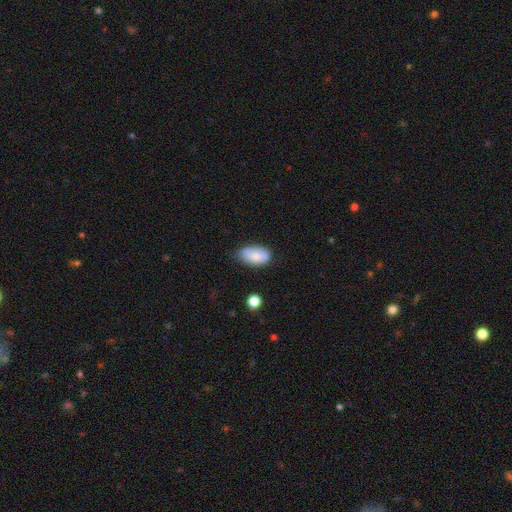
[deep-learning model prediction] smooth-or-featured: smooth: 77% | featured or disk: 16% | star or artifact: 7%
  how-rounded: in between: 93% | round: 5% | cigar-shaped: 2%
  merging: none: 61% | minor disturbance: 30% | major disturbance: 6% | merger: 3%